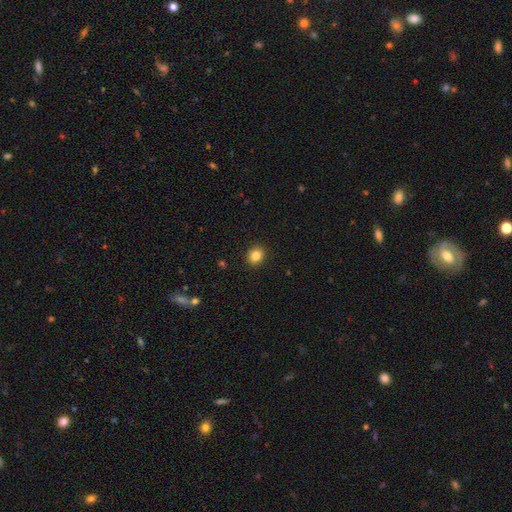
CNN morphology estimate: Smooth or featured?
  - smooth: 83% *
  - star or artifact: 11%
  - featured or disk: 6%
How rounded?
  - round: 65% *
  - in between: 34%
  - cigar-shaped: 1%
Merging?
  - none: 91% *
  - minor disturbance: 6%
  - major disturbance: 2%
  - merger: 1%